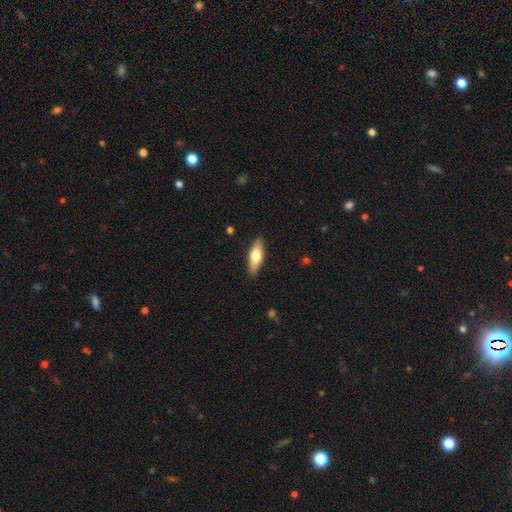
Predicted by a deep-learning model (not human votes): Smooth or featured? smooth (67%)
How rounded? in between (63%)
Merging? none (89%)